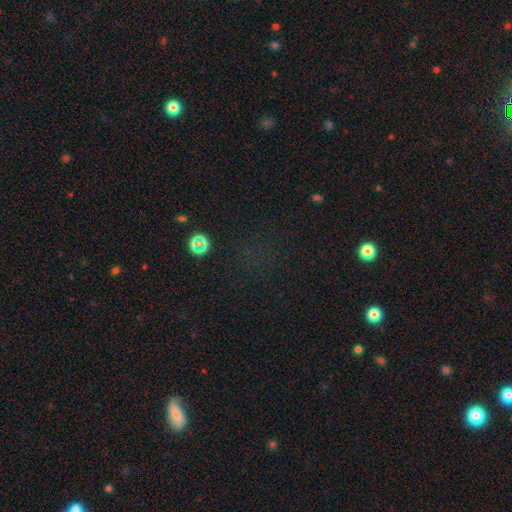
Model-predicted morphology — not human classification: This is possibly a star or artifact rather than a galaxy (59%).